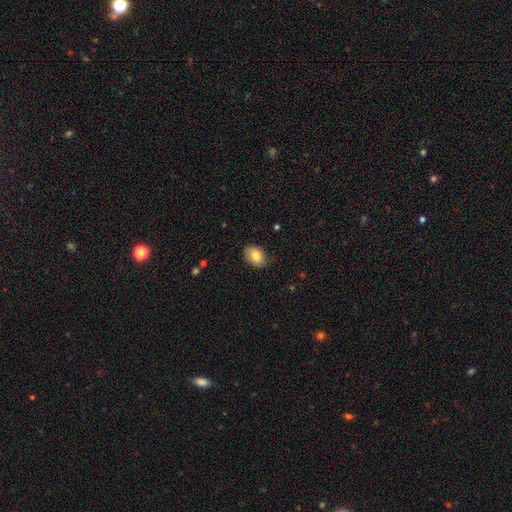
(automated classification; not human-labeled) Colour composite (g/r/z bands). It shows a smooth galaxy with no disk features (83%) that is in between round and cigar-shaped (74%). Merging: none (80%).